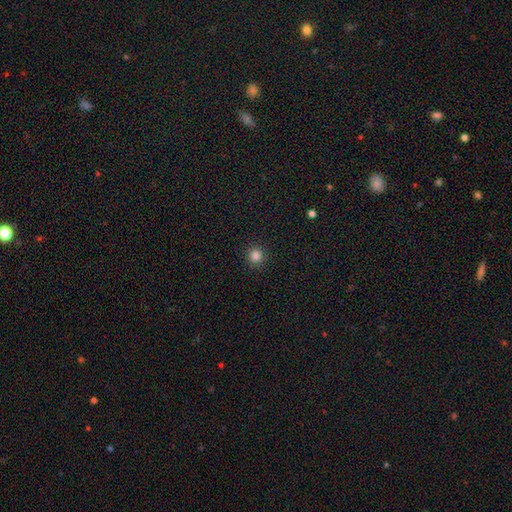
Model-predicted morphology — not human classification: Q: Smooth or featured?
A: smooth (83%); runner-up: star or artifact (13%)
Q: How rounded?
A: round (94%); runner-up: in between (5%)
Q: Merging?
A: none (92%); runner-up: minor disturbance (5%)